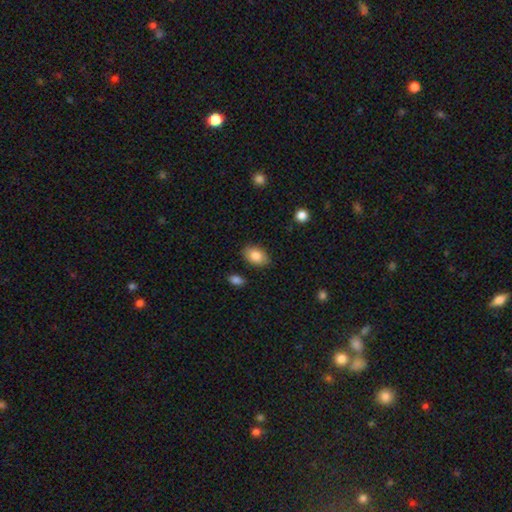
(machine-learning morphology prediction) type=smooth (85%); roundness=in between (88%); merging=none (85%).